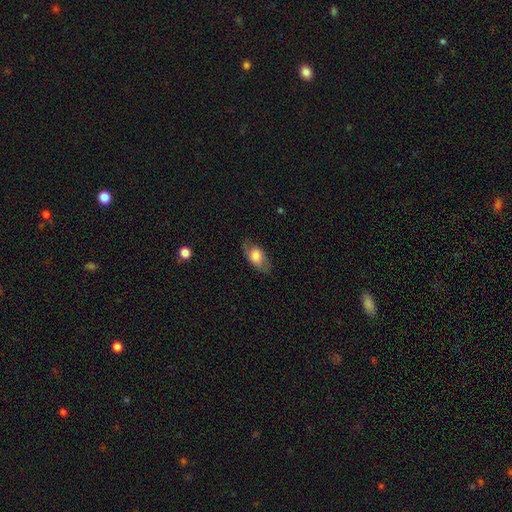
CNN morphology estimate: Smooth or featured?
  - smooth: 63% *
  - featured or disk: 29%
  - star or artifact: 7%
How rounded?
  - in between: 88% *
  - round: 8%
  - cigar-shaped: 4%
Merging?
  - none: 65% *
  - minor disturbance: 23%
  - major disturbance: 10%
  - merger: 1%